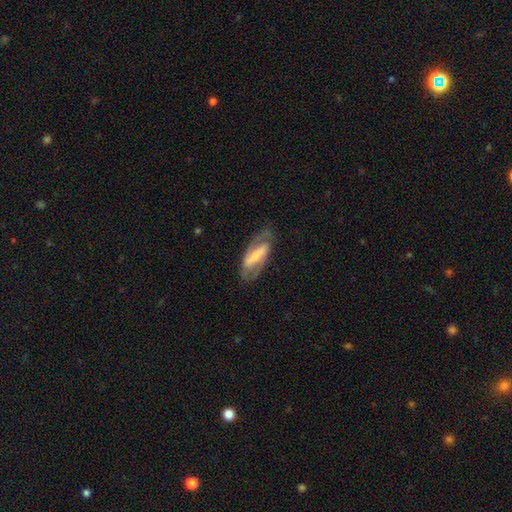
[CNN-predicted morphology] Smooth or featured? featured or disk (80%)
Edge-on disk? no (92%)
Bar? strong (68%)
Spiral arms? yes (89%)
Spiral winding? medium (48%)
Spiral arm count? 2 (87%)
Bulge size? small (57%)
Merging? none (77%)